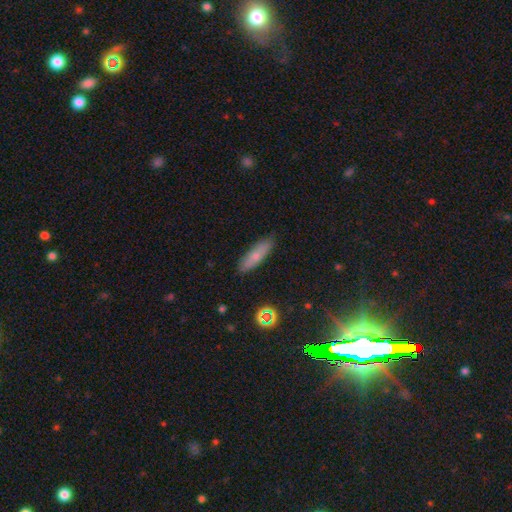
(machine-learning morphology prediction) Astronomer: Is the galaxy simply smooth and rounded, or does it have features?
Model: smooth — 71%.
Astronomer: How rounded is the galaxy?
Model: cigar-shaped — 59% (runner-up: in between, 38%).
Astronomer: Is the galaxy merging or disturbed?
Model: none — 85%.